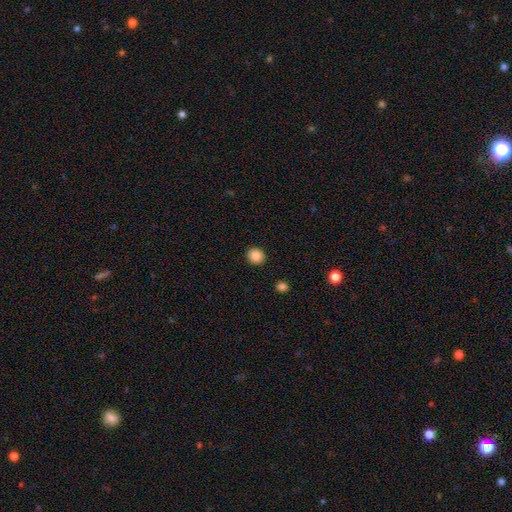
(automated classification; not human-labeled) smooth 88%, star or artifact 9%, featured or disk 3%. Down the decision tree: how rounded — round (84%); merging — none (92%).